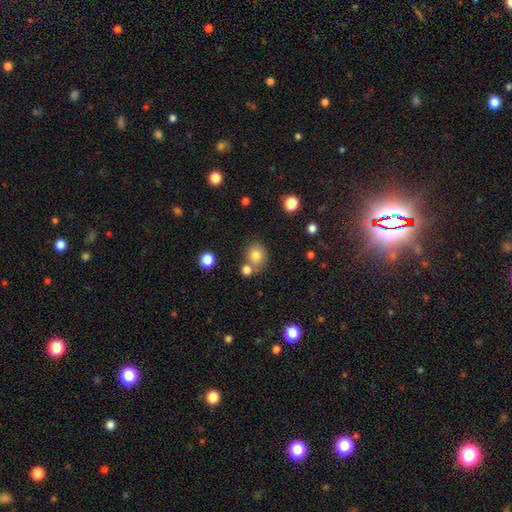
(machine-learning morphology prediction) type=smooth (80%); roundness=round (78%); merging=none (64%).